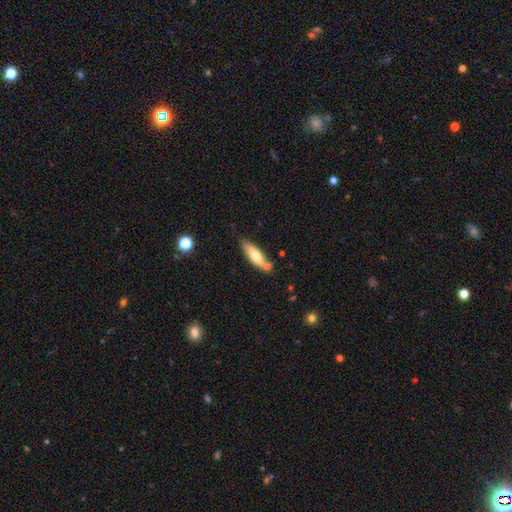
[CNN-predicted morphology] Smooth or featured?
  - smooth: 59% *
  - featured or disk: 35%
  - star or artifact: 6%
How rounded?
  - in between: 53% *
  - cigar-shaped: 45%
  - round: 2%
Merging?
  - none: 63% *
  - minor disturbance: 18%
  - merger: 16%
  - major disturbance: 4%